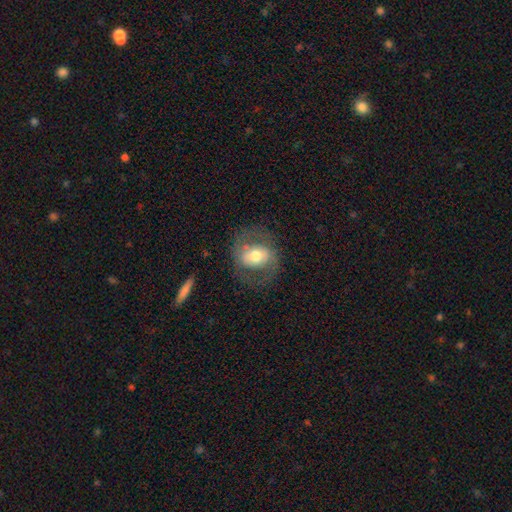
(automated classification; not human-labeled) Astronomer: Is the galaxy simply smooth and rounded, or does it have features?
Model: featured or disk — 52% (runner-up: smooth, 41%).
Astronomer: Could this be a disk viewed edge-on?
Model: no — 94%.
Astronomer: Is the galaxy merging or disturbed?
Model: none — 70%.